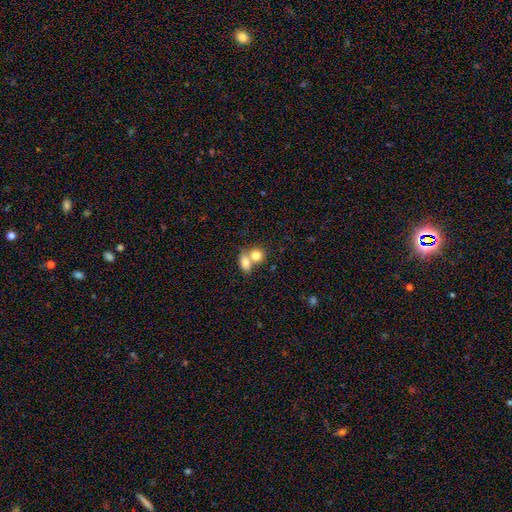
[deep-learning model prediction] Overall: smooth (79%). How rounded: round (55%; in between 43%). Merging: merger (61%; none 29%).